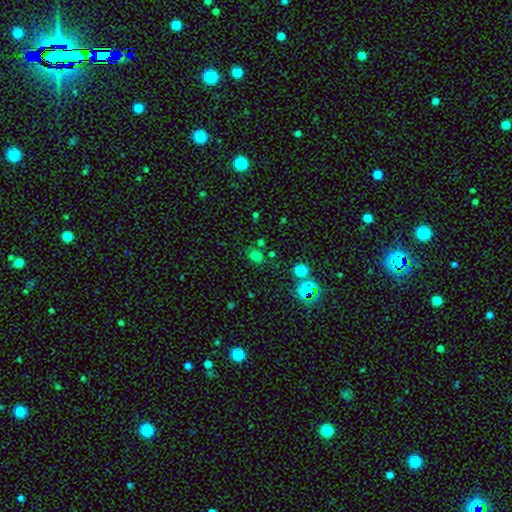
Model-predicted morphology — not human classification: This appears to be a smooth galaxy with no disk features (69%) that is round (68%). Merging: none (75%).